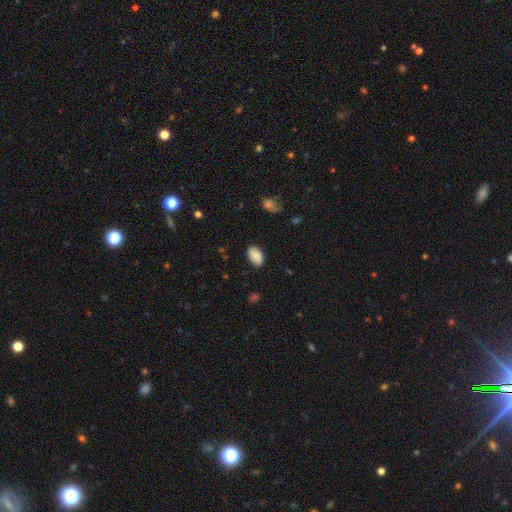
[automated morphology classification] type=smooth (87%); roundness=in between (92%); merging=none (84%).